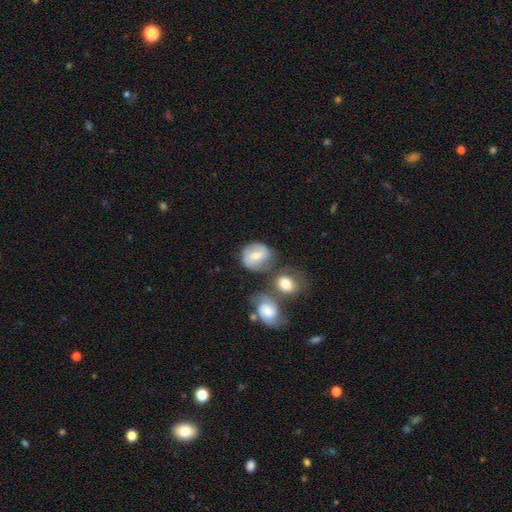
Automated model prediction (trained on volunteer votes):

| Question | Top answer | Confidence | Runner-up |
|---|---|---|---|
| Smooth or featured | smooth | 56% | featured or disk (36%) |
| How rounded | round | 76% | in between (22%) |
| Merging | none | 57% | merger (18%) |